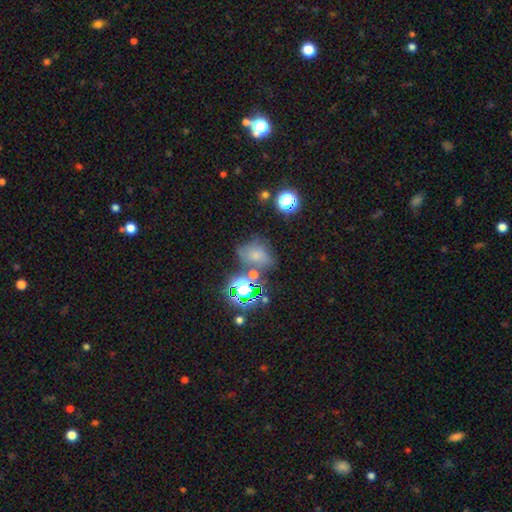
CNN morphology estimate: smooth 59%, star or artifact 28%, featured or disk 13%. Down the decision tree: how rounded — in between (56%); merging — none (53%).